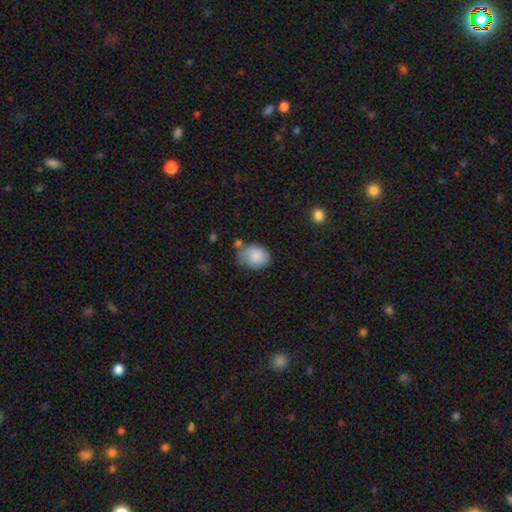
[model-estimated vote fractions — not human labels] Overall: smooth (83%). How rounded: in between (60%; round 39%). Merging: none (50%; minor disturbance 31%).